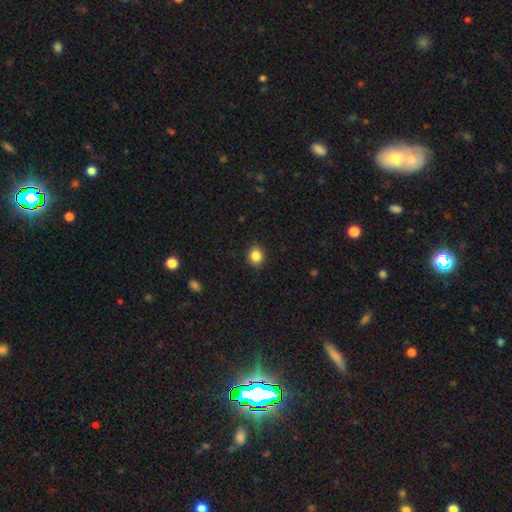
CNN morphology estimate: Smooth or featured?
  - smooth: 85% *
  - star or artifact: 10%
  - featured or disk: 5%
How rounded?
  - round: 75% *
  - in between: 24%
  - cigar-shaped: 1%
Merging?
  - none: 90% *
  - minor disturbance: 7%
  - major disturbance: 2%
  - merger: 1%